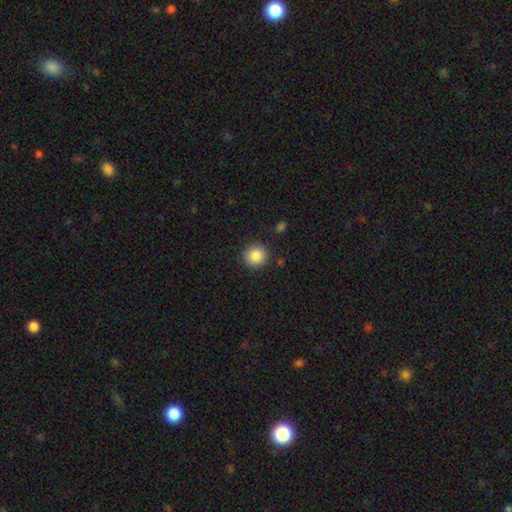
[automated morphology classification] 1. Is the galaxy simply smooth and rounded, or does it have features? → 87% smooth, 9% star or artifact, 4% featured or disk.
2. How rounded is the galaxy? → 91% round, 8% in between, 1% cigar-shaped.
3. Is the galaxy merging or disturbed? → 89% none, 7% minor disturbance, 2% major disturbance, 2% merger.